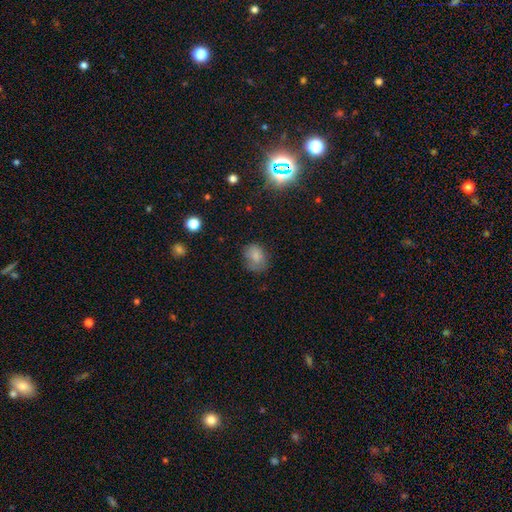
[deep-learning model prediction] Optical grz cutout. It shows a smooth galaxy with no disk features (78%) that is in between round and cigar-shaped (59%). Merging: none (61%).